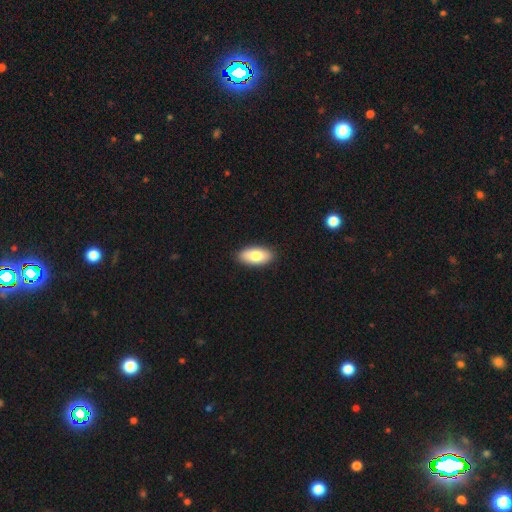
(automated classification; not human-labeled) Q: Smooth or featured?
A: smooth (80%); runner-up: featured or disk (14%)
Q: How rounded?
A: in between (92%); runner-up: cigar-shaped (6%)
Q: Merging?
A: none (90%); runner-up: minor disturbance (7%)